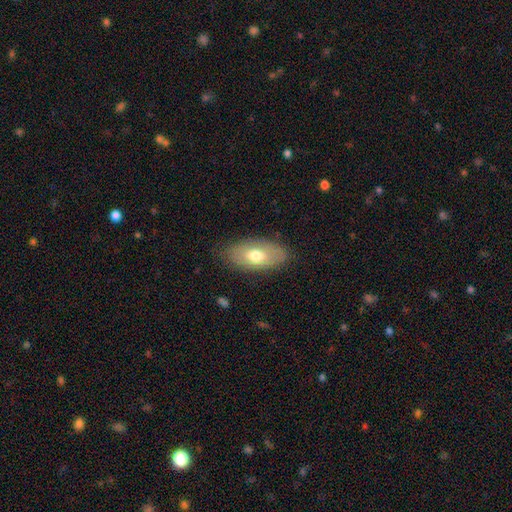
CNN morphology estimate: This is likely a smooth galaxy (68%). How rounded: clearly in between (91%). Merging: clearly none (80%).